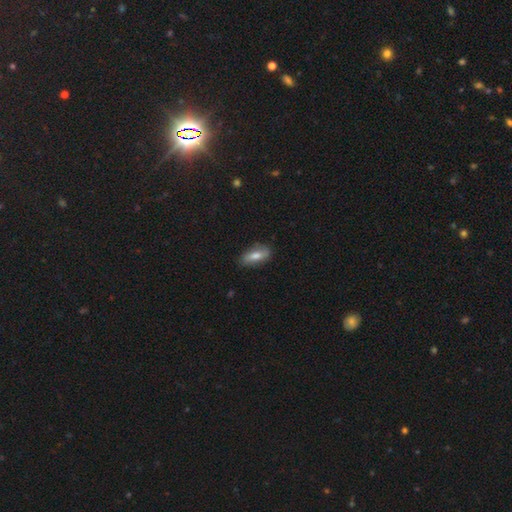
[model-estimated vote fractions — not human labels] smooth-or-featured: smooth: 63% | featured or disk: 30% | star or artifact: 8%
  how-rounded: in between: 74% | cigar-shaped: 22% | round: 4%
  merging: none: 80% | minor disturbance: 16% | major disturbance: 3% | merger: 1%